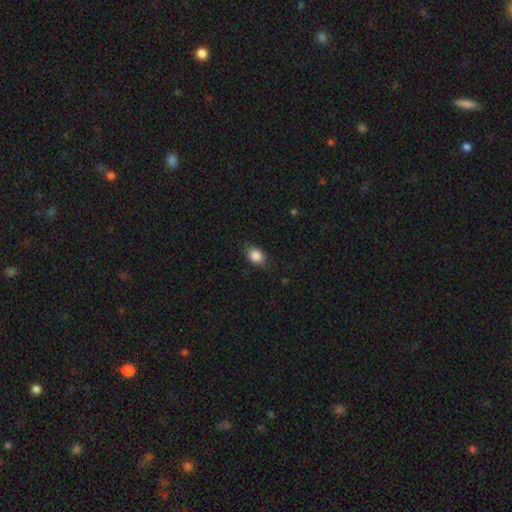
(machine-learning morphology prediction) smooth-or-featured: smooth: 85% | star or artifact: 9% | featured or disk: 6%
  how-rounded: in between: 72% | round: 27% | cigar-shaped: 1%
  merging: none: 82% | minor disturbance: 14% | major disturbance: 3% | merger: 1%